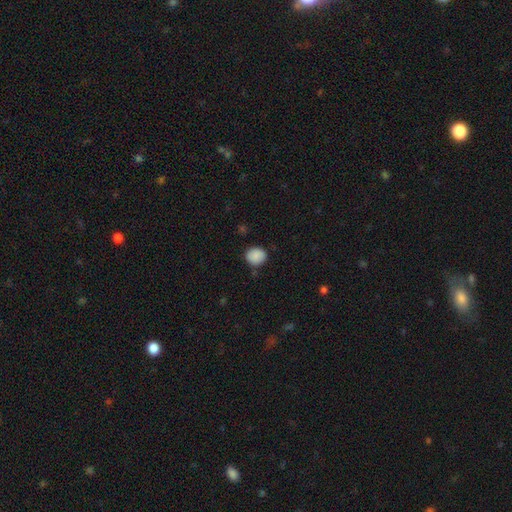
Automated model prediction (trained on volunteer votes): A smooth galaxy with no disk features (87%) that is round (75%). Merging: none (80%).